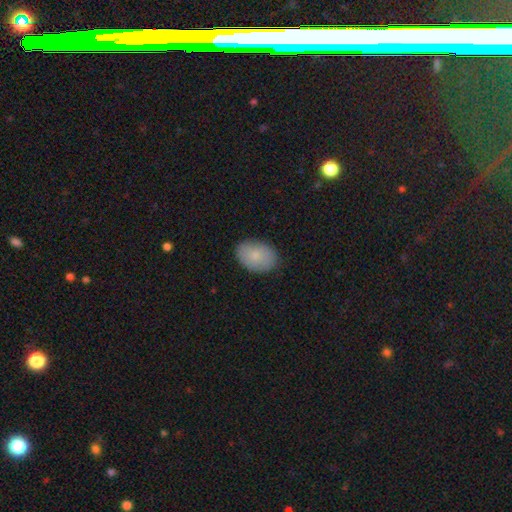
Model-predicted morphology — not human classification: Smooth or featured?
  - smooth: 81% *
  - featured or disk: 12%
  - star or artifact: 7%
How rounded?
  - in between: 83% *
  - round: 16%
  - cigar-shaped: 1%
Merging?
  - none: 85% *
  - minor disturbance: 11%
  - major disturbance: 2%
  - merger: 1%